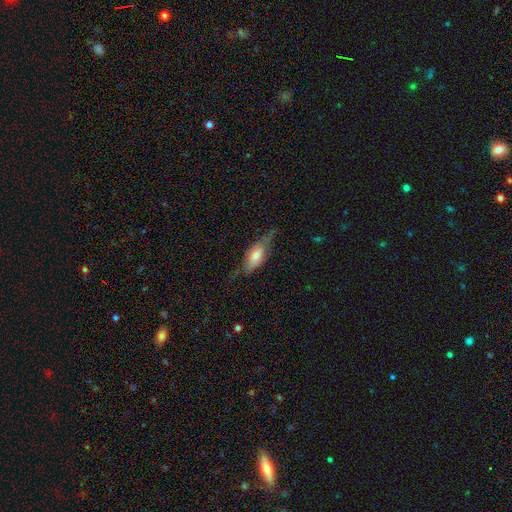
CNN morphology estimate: type=smooth (49%); merging=none (54%).